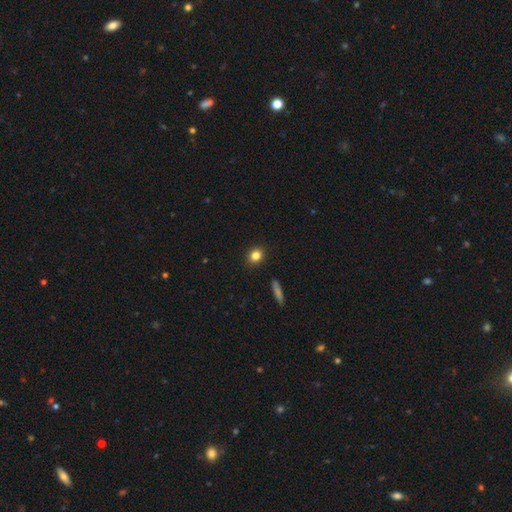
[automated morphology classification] Overall: smooth (82%). How rounded: round (71%). Merging: none (90%).